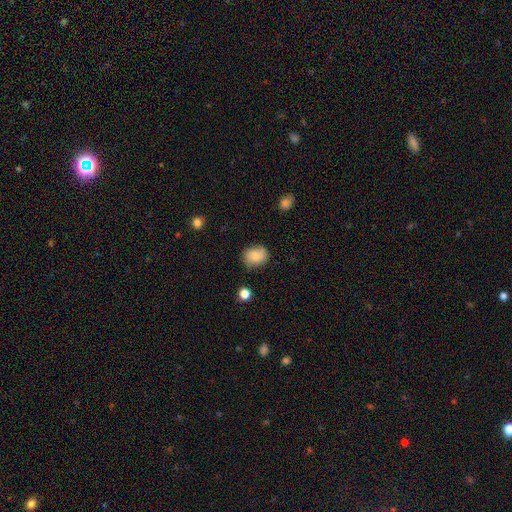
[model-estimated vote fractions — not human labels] Morphology: type=smooth (73%); roundness=round (54%); merging=none (70%).